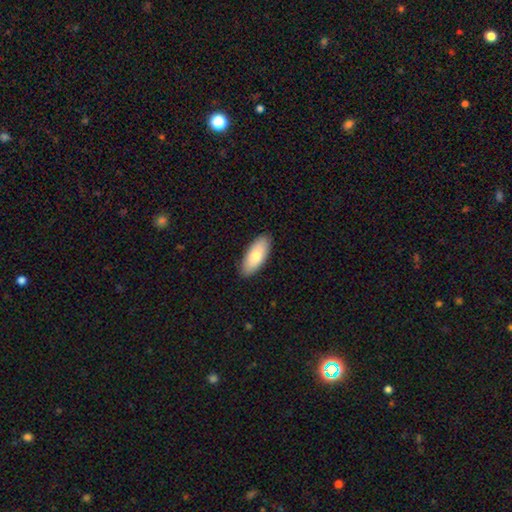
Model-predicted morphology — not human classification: Smooth or featured?
  - smooth: 77% *
  - featured or disk: 18%
  - star or artifact: 6%
How rounded?
  - in between: 85% *
  - cigar-shaped: 13%
  - round: 2%
Merging?
  - none: 88% *
  - minor disturbance: 9%
  - major disturbance: 2%
  - merger: 1%